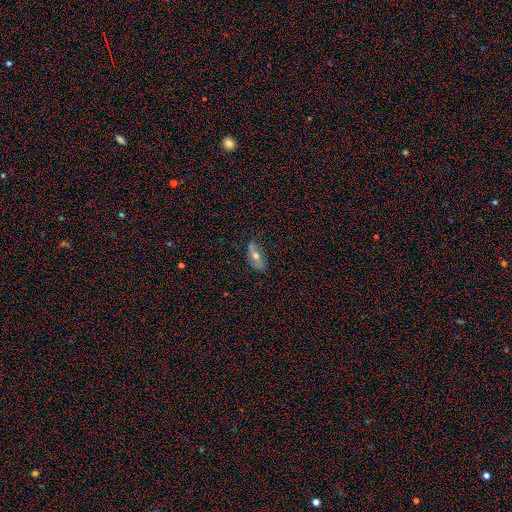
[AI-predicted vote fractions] Q: Smooth or featured?
A: featured or disk (45%); runner-up: smooth (43%)
Q: Merging?
A: none (67%); runner-up: minor disturbance (23%)